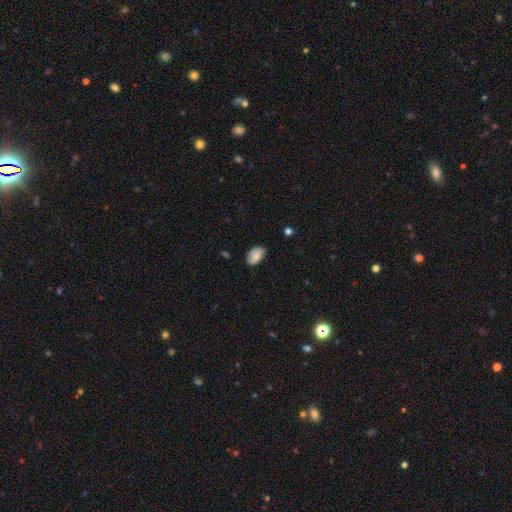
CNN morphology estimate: smooth 73%, featured or disk 19%, star or artifact 8%. Down the decision tree: how rounded — in between (91%); merging — none (73%).